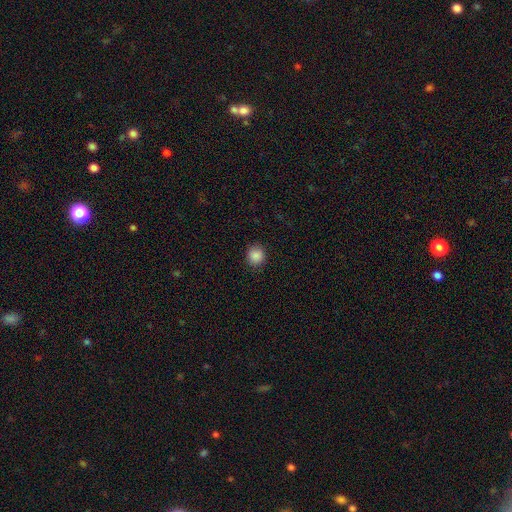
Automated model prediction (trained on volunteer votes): The model was most divided on "smooth or featured": smooth: 87%, star or artifact: 10%, featured or disk: 3%. More confident: how rounded — round (90%); merging — none (90%).